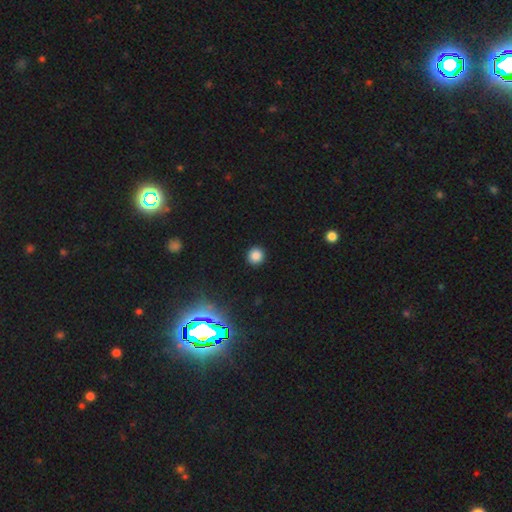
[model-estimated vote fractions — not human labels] Smooth or featured?
  - smooth: 84% *
  - star or artifact: 13%
  - featured or disk: 3%
How rounded?
  - round: 93% *
  - in between: 6%
  - cigar-shaped: 1%
Merging?
  - none: 92% *
  - minor disturbance: 5%
  - major disturbance: 2%
  - merger: 1%